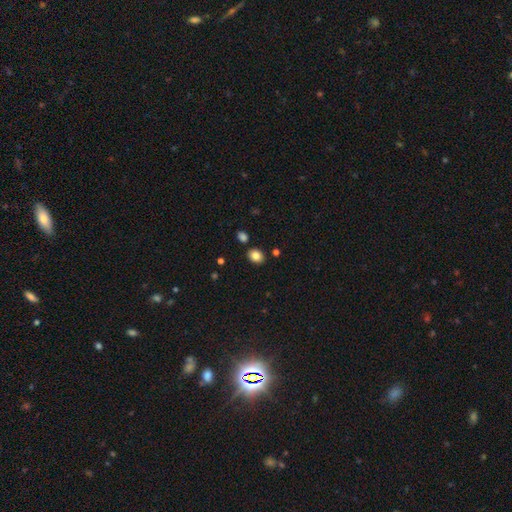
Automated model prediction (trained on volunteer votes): smooth-or-featured: smooth: 84% | star or artifact: 10% | featured or disk: 6%
  how-rounded: in between: 55% | round: 44% | cigar-shaped: 1%
  merging: none: 84% | minor disturbance: 9% | merger: 5% | major disturbance: 2%